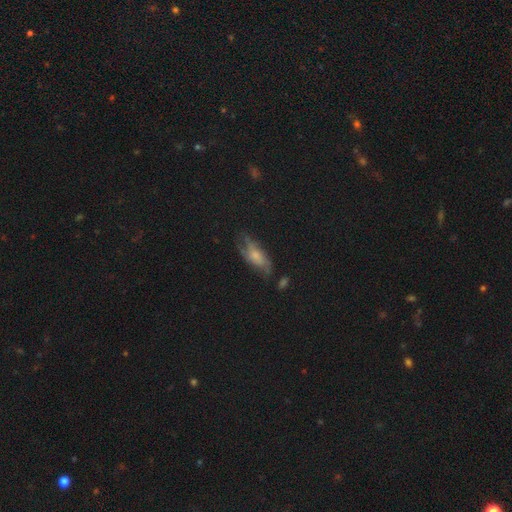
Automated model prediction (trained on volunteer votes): Smooth or featured? Predicted: smooth (p=0.45, tied with featured or disk). Merging? Predicted: none (p=0.47).